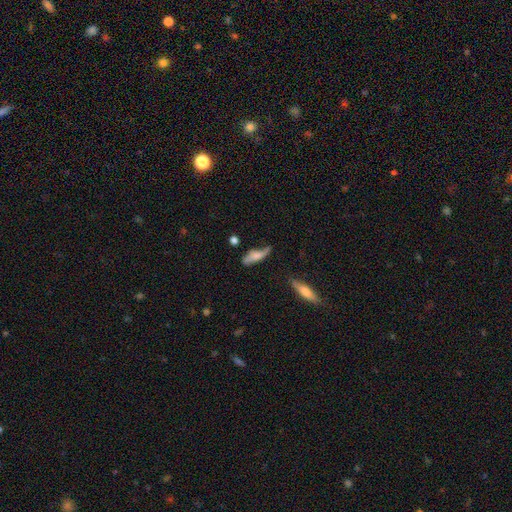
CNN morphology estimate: Smooth or featured?
  - smooth: 62% *
  - featured or disk: 30%
  - star or artifact: 8%
How rounded?
  - cigar-shaped: 54% *
  - in between: 44%
  - round: 3%
Merging?
  - none: 45% *
  - minor disturbance: 35%
  - major disturbance: 14%
  - merger: 5%